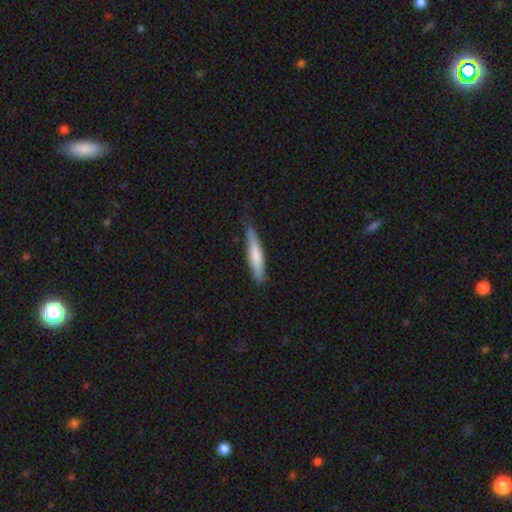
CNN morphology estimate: Smooth or featured? Predicted: smooth (p=0.69). How rounded? Predicted: cigar-shaped (p=0.90). Merging? Predicted: none (p=0.76).